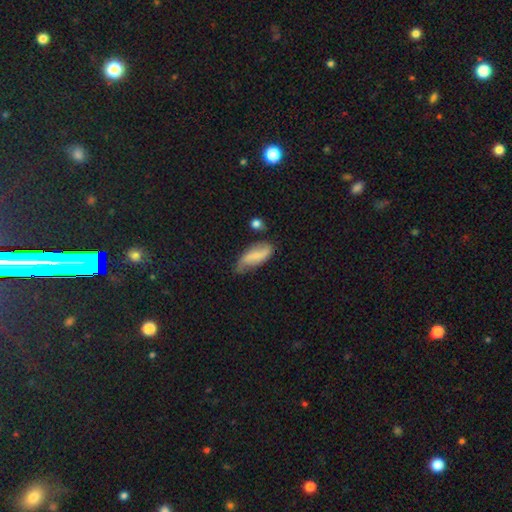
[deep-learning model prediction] The model was most divided on "smooth or featured": smooth: 54%, featured or disk: 39%, star or artifact: 8%. More confident: how rounded — in between (75%); merging — none (53%).